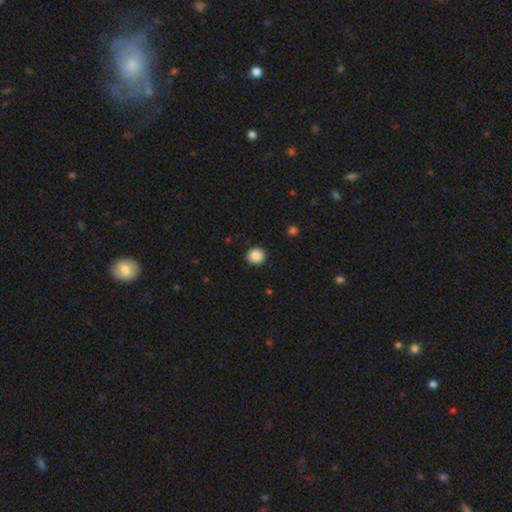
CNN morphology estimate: Smooth or featured? smooth (87%)
How rounded? round (90%)
Merging? none (91%)